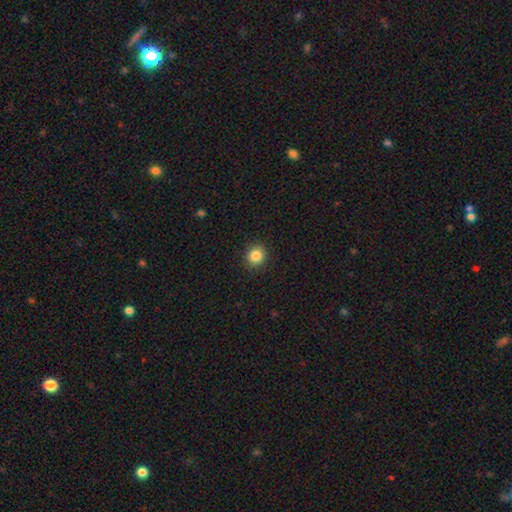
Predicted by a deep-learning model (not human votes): Smooth or featured: smooth — 85% (star or artifact — 10%)
How rounded: round — 87% (in between — 12%)
Merging: none — 91% (minor disturbance — 6%)